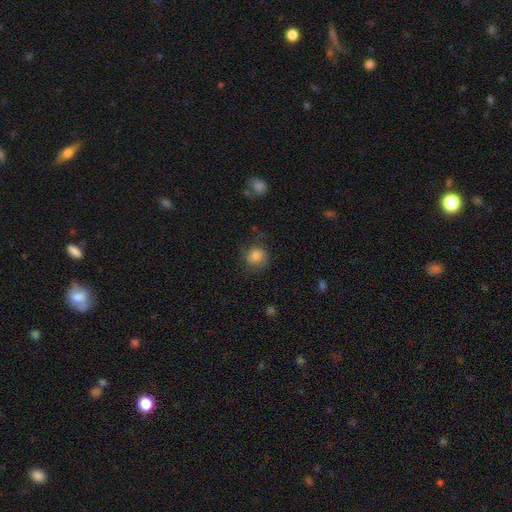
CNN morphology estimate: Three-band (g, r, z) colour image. It shows a smooth galaxy with no disk features (79%) that is round (86%). Merging: none (68%).